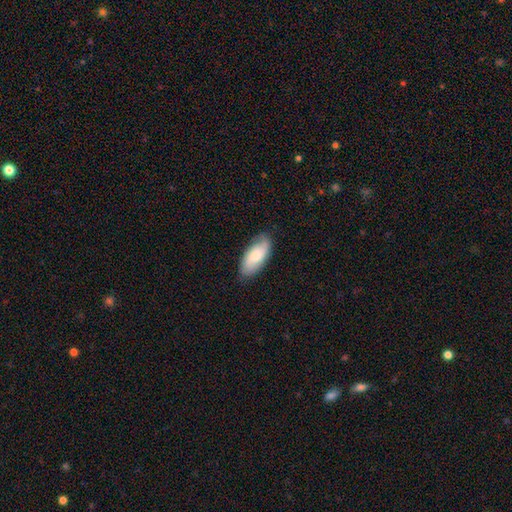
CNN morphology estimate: Smooth or featured?
  - smooth: 70% *
  - featured or disk: 24%
  - star or artifact: 6%
How rounded?
  - in between: 88% *
  - cigar-shaped: 10%
  - round: 2%
Merging?
  - none: 81% *
  - minor disturbance: 15%
  - major disturbance: 3%
  - merger: 1%